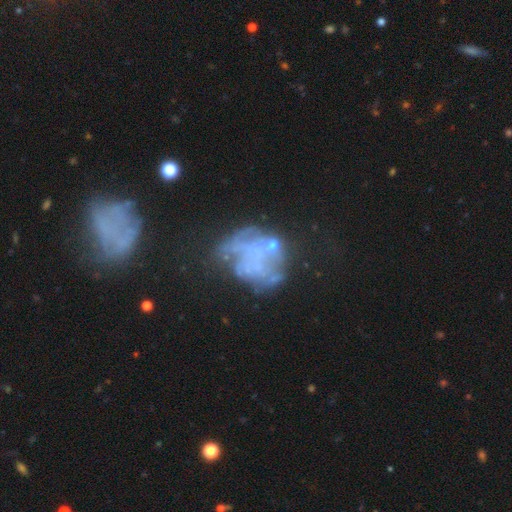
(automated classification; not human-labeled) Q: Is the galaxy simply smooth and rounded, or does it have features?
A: featured or disk — 64%.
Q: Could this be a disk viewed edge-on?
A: no — 98%.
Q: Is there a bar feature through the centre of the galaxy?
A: no — 90%.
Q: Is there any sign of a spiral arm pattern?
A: no — 71%.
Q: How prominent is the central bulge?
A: none — 78%.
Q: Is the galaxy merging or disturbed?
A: none — 35%.